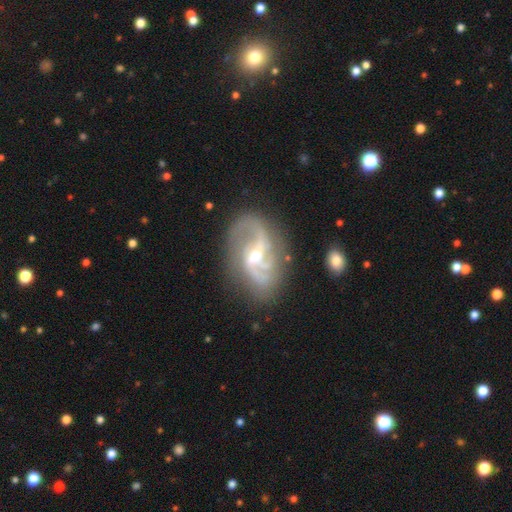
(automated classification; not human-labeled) Smooth or featured?
  - featured or disk: 89% *
  - star or artifact: 6%
  - smooth: 6%
Edge-on disk?
  - no: 97% *
  - yes: 3%
Bar?
  - weak: 54% *
  - no: 25%
  - strong: 21%
Spiral arms?
  - yes: 96% *
  - no: 4%
Spiral winding?
  - loose: 48% *
  - medium: 41%
  - tight: 11%
Spiral arm count?
  - 2: 82% *
  - 3: 6%
  - can't tell: 5%
  - 1: 3%
  - 4: 2%
  - more than 4: 2%
Bulge size?
  - moderate: 47% *
  - small: 45%
  - none: 4%
  - large: 3%
  - dominant: 1%
Merging?
  - none: 72% *
  - minor disturbance: 17%
  - major disturbance: 9%
  - merger: 3%